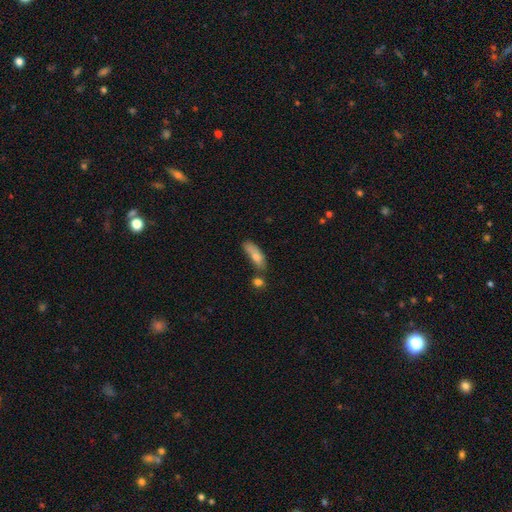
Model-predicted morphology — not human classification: Q: Smooth or featured?
A: smooth (73%); runner-up: featured or disk (19%)
Q: How rounded?
A: in between (59%); runner-up: cigar-shaped (38%)
Q: Merging?
A: none (41%); runner-up: minor disturbance (25%)